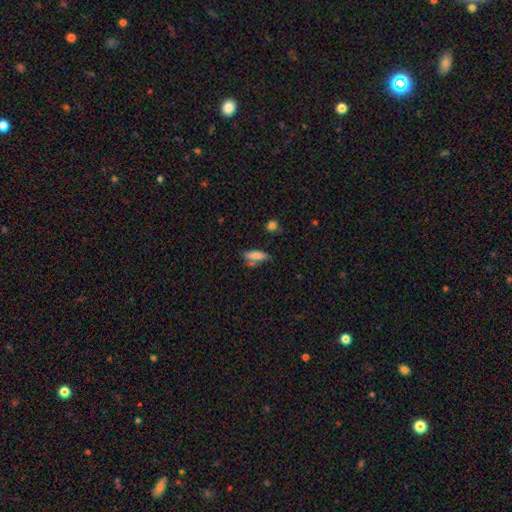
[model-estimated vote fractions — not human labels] This is likely a smooth galaxy (78%). How rounded: possibly in between (57%). Merging: possibly none (60%).